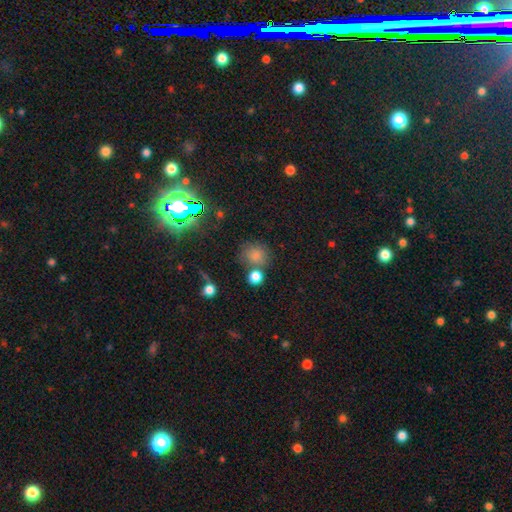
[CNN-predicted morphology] smooth-or-featured: smooth: 76% | star or artifact: 17% | featured or disk: 7%
  how-rounded: round: 79% | in between: 19% | cigar-shaped: 1%
  merging: none: 64% | merger: 16% | minor disturbance: 14% | major disturbance: 6%